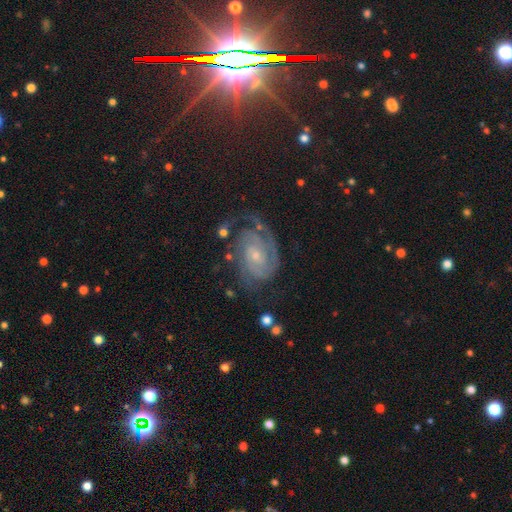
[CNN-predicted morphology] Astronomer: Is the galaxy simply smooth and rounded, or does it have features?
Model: featured or disk — 88%.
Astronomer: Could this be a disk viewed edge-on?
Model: no — 98%.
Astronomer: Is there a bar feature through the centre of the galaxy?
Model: no — 63%.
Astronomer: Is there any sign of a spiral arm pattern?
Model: yes — 98%.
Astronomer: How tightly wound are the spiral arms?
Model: tight — 63%.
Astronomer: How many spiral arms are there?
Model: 2 — 61%.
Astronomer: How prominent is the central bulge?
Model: small — 75%.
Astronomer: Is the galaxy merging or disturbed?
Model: none — 66%.